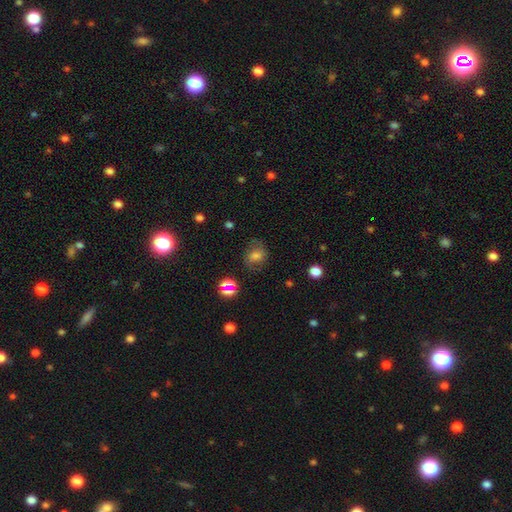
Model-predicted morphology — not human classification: Overall: smooth (59%; featured or disk 22%). How rounded: round (59%; in between 40%). Merging: none (68%).